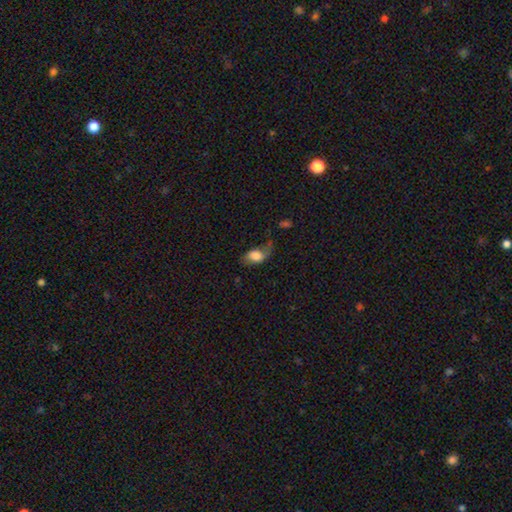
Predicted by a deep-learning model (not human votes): smooth_or_featured: smooth (p=0.69) [alt: featured or disk p=0.22]
how_rounded: in between (p=0.86) [alt: round p=0.11]
merging: none (p=0.37) [alt: minor disturbance p=0.30]